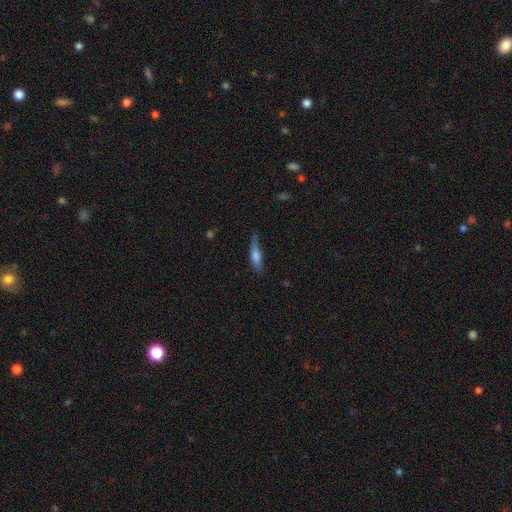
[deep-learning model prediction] Smooth or featured? smooth (62%)
How rounded? cigar-shaped (74%)
Merging? none (66%)